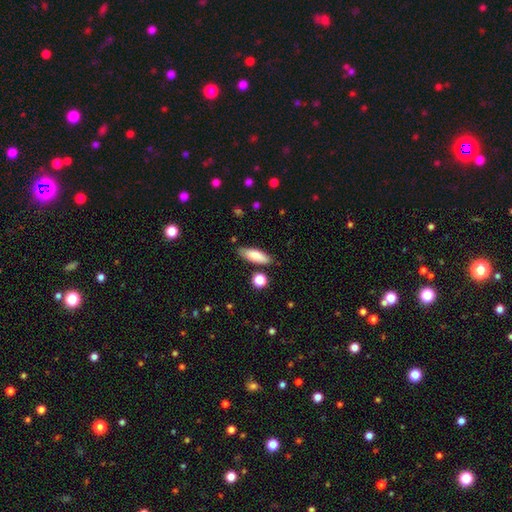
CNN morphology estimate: smooth 82%, featured or disk 12%, star or artifact 7%. Down the decision tree: how rounded — in between (57%); merging — none (81%).